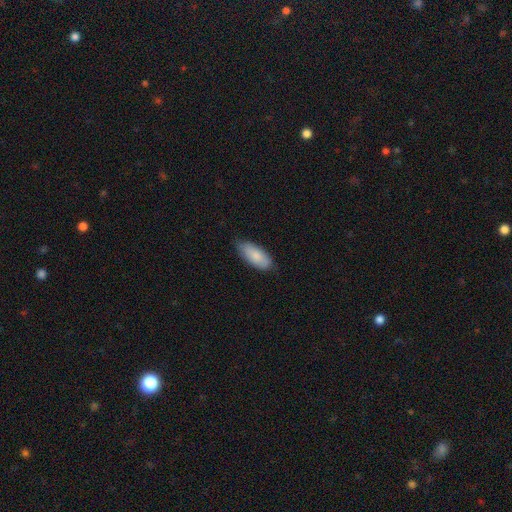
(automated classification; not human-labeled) Overall: smooth (84%). How rounded: in between (86%). Merging: none (69%).